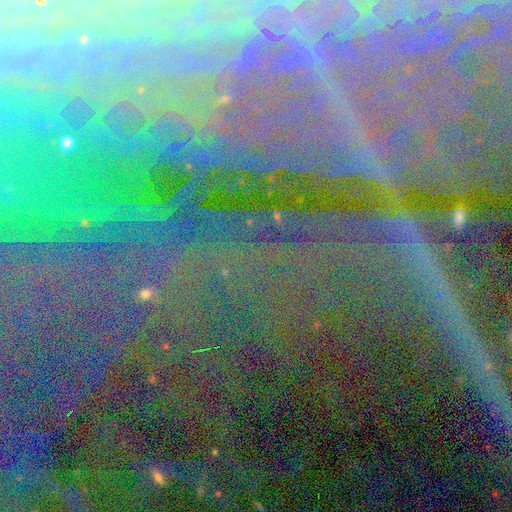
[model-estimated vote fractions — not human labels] This appears to be a star or artifact, not a galaxy (80%).